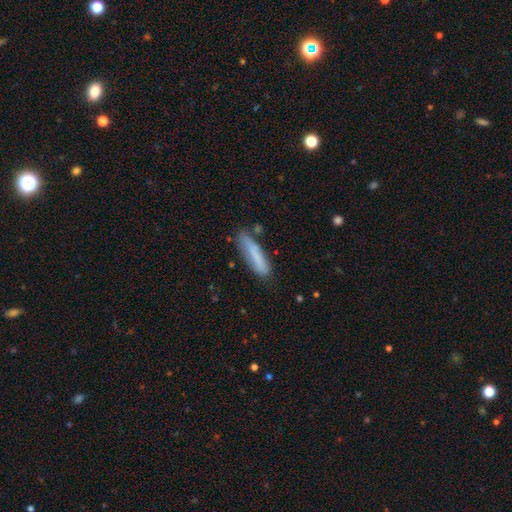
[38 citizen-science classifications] Smooth or featured? 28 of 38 (74%) said smooth. How rounded? 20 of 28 (71%) said cigar-shaped. Merging? 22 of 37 (59%) said none.